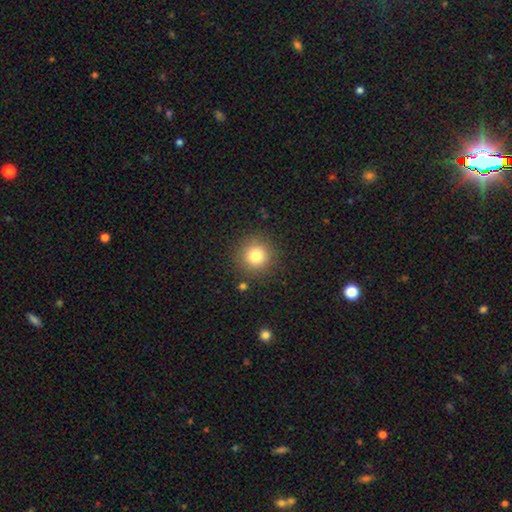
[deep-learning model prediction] The model was most divided on "smooth or featured": smooth: 80%, star or artifact: 12%, featured or disk: 7%. More confident: how rounded — round (94%); merging — none (88%).